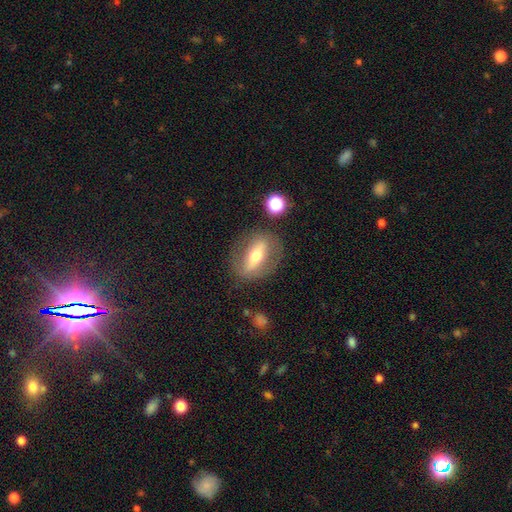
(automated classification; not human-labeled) Smooth or featured? featured or disk (57%)
Edge-on disk? no (63%)
Merging? none (78%)